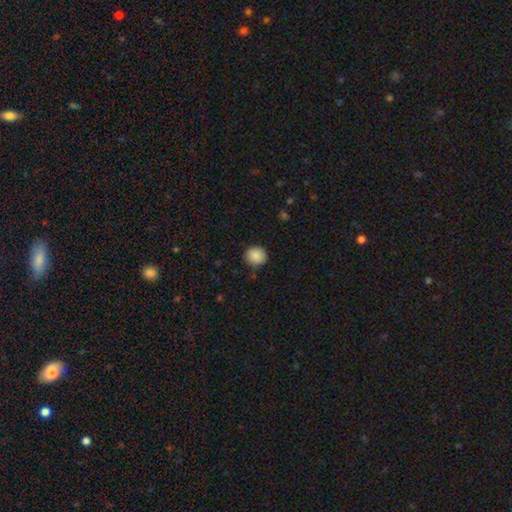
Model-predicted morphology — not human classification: Q: Smooth or featured?
A: smooth (88%); runner-up: star or artifact (8%)
Q: How rounded?
A: round (81%); runner-up: in between (18%)
Q: Merging?
A: none (85%); runner-up: minor disturbance (11%)